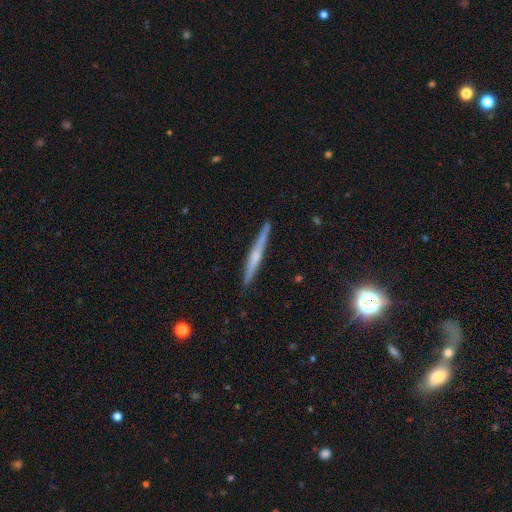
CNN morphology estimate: featured or disk 64%, smooth 29%, star or artifact 7%. Down the decision tree: edge-on disk — yes (98%); edge-on bulge — rounded (55%); merging — none (91%).